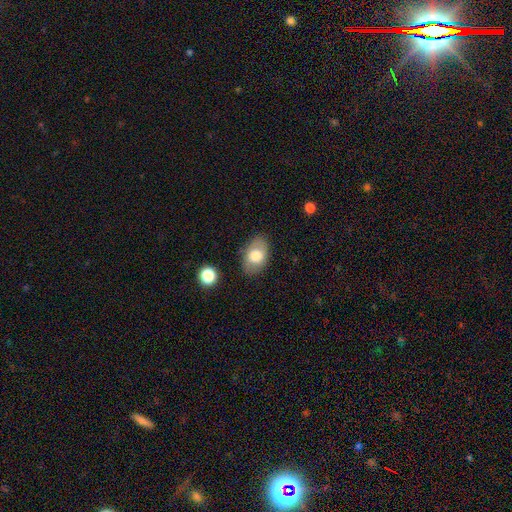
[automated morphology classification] Q: Smooth or featured?
A: smooth (75%); runner-up: featured or disk (18%)
Q: How rounded?
A: in between (88%); runner-up: round (11%)
Q: Merging?
A: none (81%); runner-up: minor disturbance (14%)